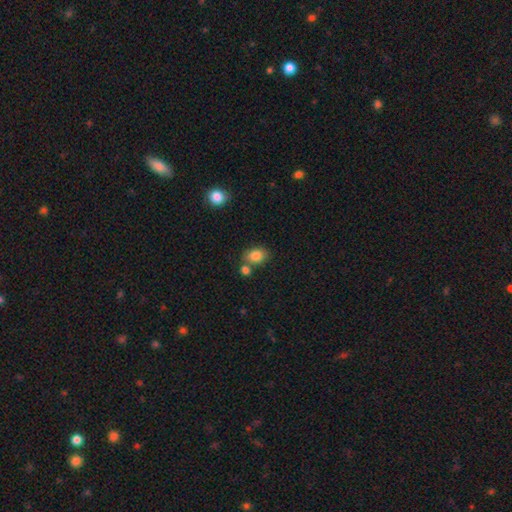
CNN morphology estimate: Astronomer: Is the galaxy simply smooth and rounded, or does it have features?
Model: smooth — 84%.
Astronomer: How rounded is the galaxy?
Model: in between — 72%.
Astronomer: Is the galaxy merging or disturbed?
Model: none — 62%.